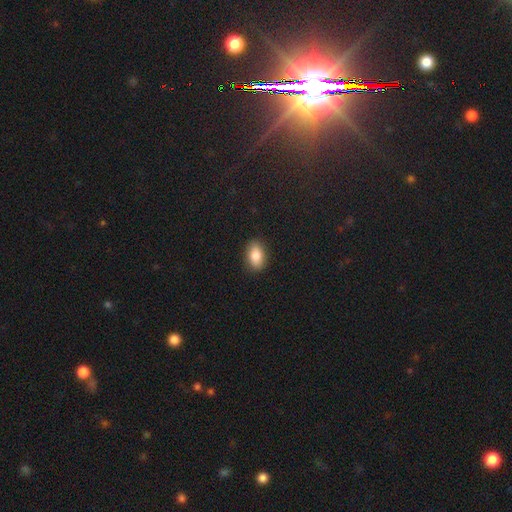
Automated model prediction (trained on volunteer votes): A smooth galaxy with no disk features (86%) that is in between round and cigar-shaped (86%).

Vote fractions:
- Smooth or featured? smooth: 86% / star or artifact: 8% / featured or disk: 7%
- How rounded? in between: 86% / round: 11% / cigar-shaped: 2%
- Merging? none: 88% / minor disturbance: 9% / major disturbance: 2% / merger: 1%